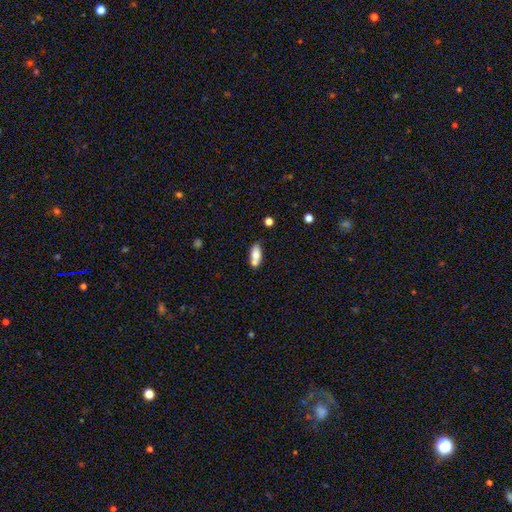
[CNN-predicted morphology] This appears to be a smooth galaxy with no disk features (76%) that is in between round and cigar-shaped (77%). Merging: none (51%).